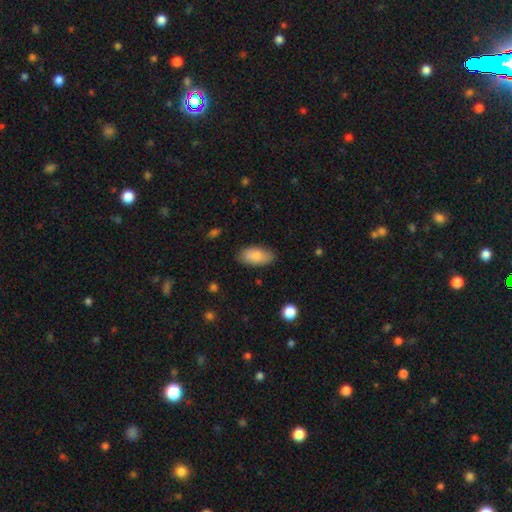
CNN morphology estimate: type=smooth (85%); roundness=in between (92%); merging=none (83%).